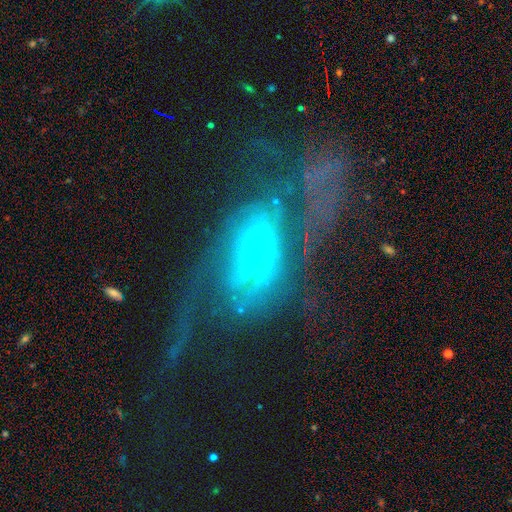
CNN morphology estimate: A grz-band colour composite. It shows a featured or disk galaxy (74%) with no bar (51%), spiral arms (64%) and a small central bulge (70%). Merging: major disturbance (42%).